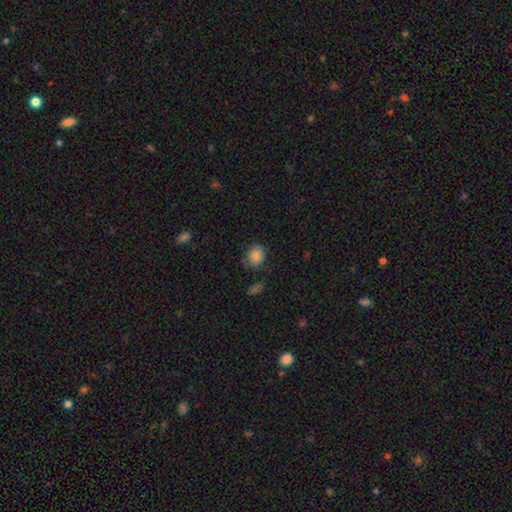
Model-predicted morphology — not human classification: This appears to be a smooth galaxy with no disk features (84%) that is round (58%). Merging: none (69%).